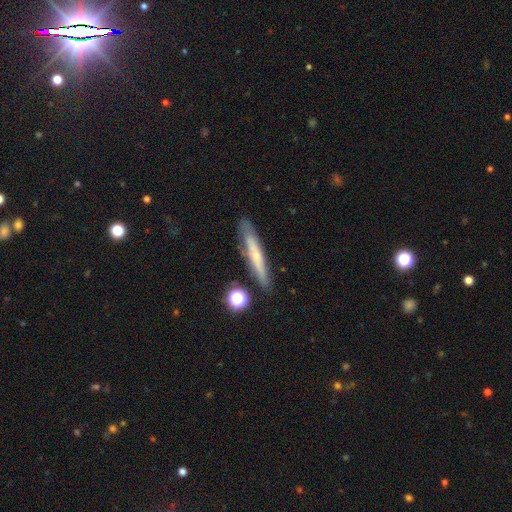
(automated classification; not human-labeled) Q: Smooth or featured?
A: featured or disk (48%); runner-up: smooth (44%)
Q: Merging?
A: none (76%); runner-up: minor disturbance (15%)